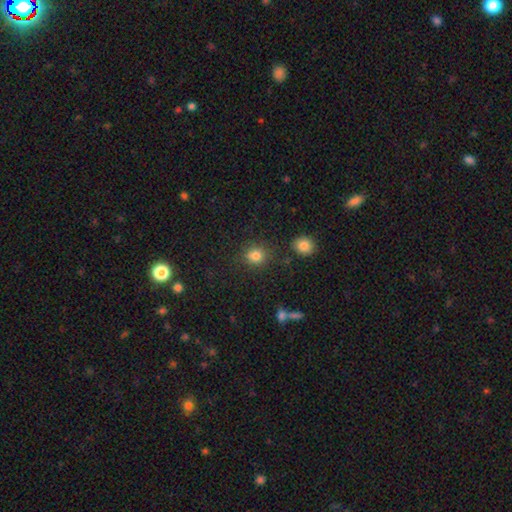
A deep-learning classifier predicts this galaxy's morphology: type=smooth (81%); roundness=round (77%); merging=none (79%).